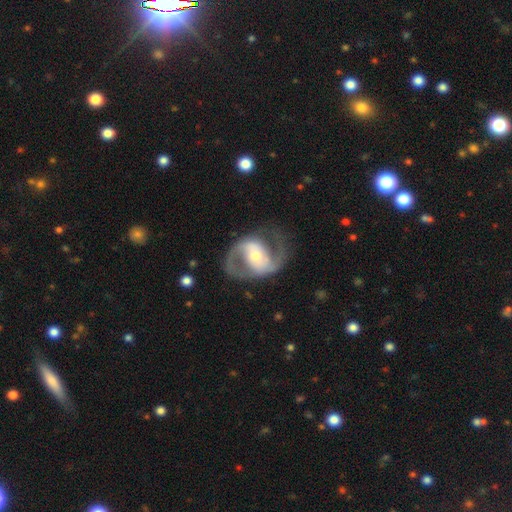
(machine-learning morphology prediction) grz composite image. It shows a featured or disk galaxy (87%) with a weak bar (37%), 2 (91%) medium (56%) spiral arms (93%) and a moderate central bulge (57%). Merging: none (74%).